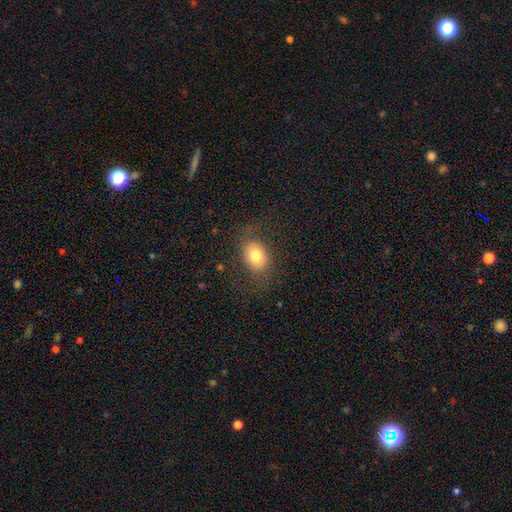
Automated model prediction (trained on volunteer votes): Smooth or featured? smooth (78%)
How rounded? in between (68%)
Merging? none (76%)